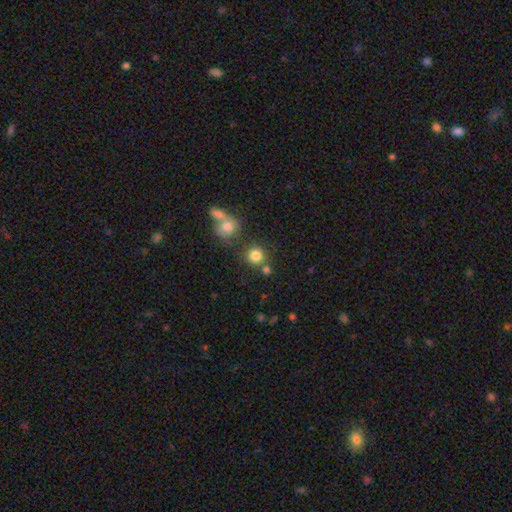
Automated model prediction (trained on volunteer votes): smooth_or_featured: smooth (p=0.81) [alt: star or artifact p=0.12]
how_rounded: round (p=0.90) [alt: in between p=0.09]
merging: none (p=0.71) [alt: merger p=0.16]